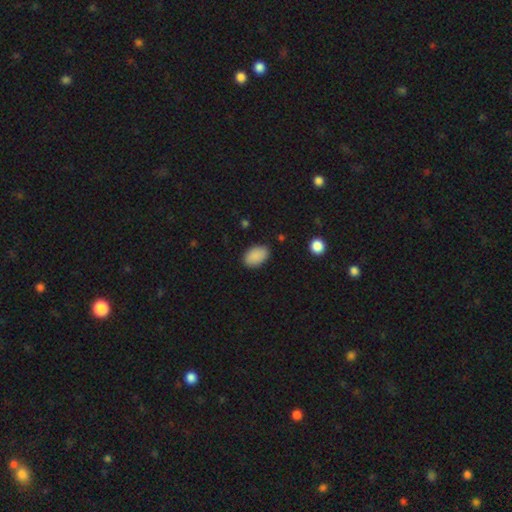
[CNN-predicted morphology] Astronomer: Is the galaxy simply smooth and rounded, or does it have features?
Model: smooth — 89%.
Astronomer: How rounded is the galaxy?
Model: in between — 91%.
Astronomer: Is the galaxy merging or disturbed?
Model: none — 85%.